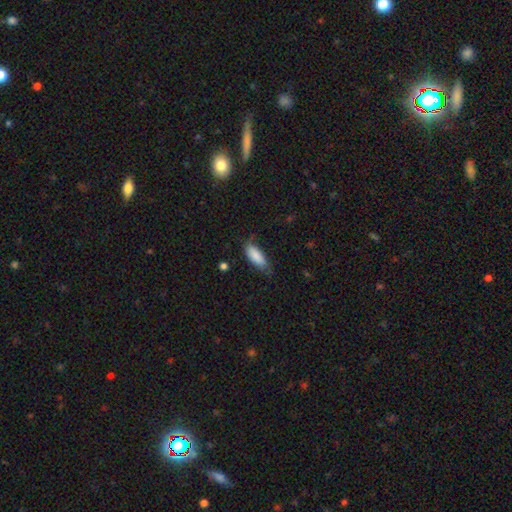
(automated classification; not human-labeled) Smooth or featured? Predicted: smooth (p=0.84). How rounded? Predicted: in between (p=0.76). Merging? Predicted: none (p=0.61).